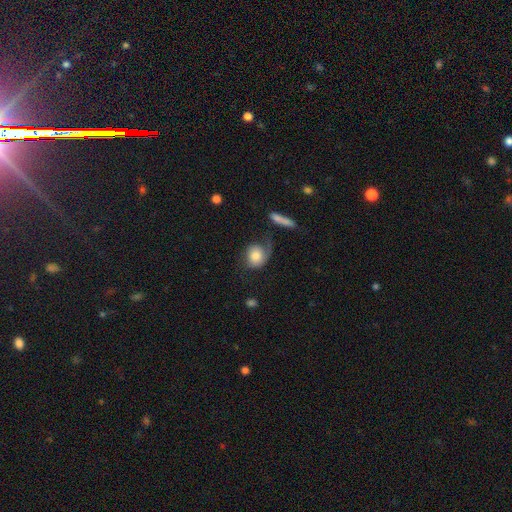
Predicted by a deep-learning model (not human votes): This is possibly a smooth galaxy (58%). How rounded: likely round (63%). Merging: marginally none (41%).